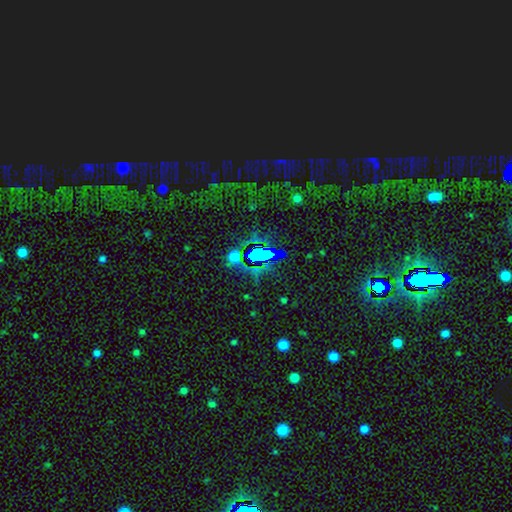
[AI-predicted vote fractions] Smooth or featured?
  - star or artifact: 67% *
  - smooth: 22%
  - featured or disk: 11%